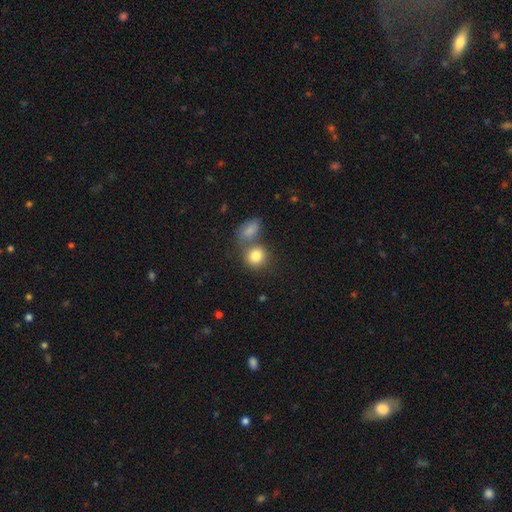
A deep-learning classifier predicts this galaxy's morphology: Smooth or featured?
  - smooth: 83% *
  - featured or disk: 9%
  - star or artifact: 9%
How rounded?
  - round: 77% *
  - in between: 21%
  - cigar-shaped: 1%
Merging?
  - none: 47% *
  - merger: 39%
  - minor disturbance: 10%
  - major disturbance: 4%